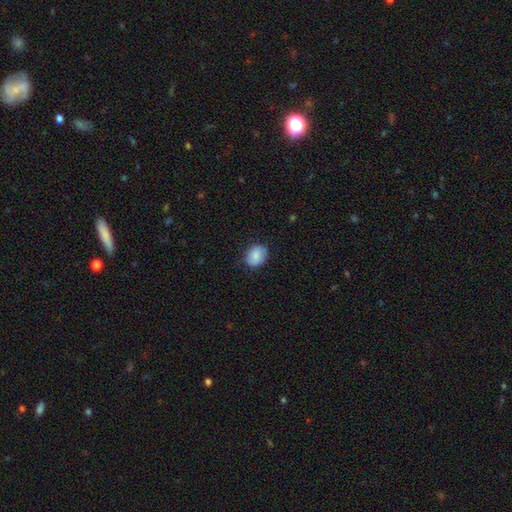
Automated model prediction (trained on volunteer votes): Overall: smooth (84%). How rounded: round (52%; in between 47%). Merging: none (82%).